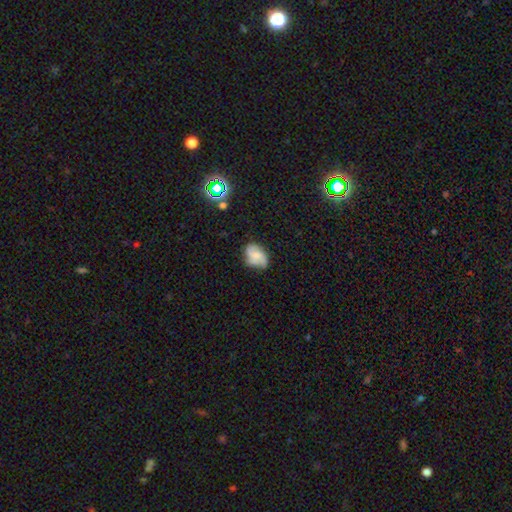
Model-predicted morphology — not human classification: type=featured or disk (57%); edge-on=no (97%); bar=no (67%); spiral arms=yes (89%); bulge=small (50%); merging=none (61%).